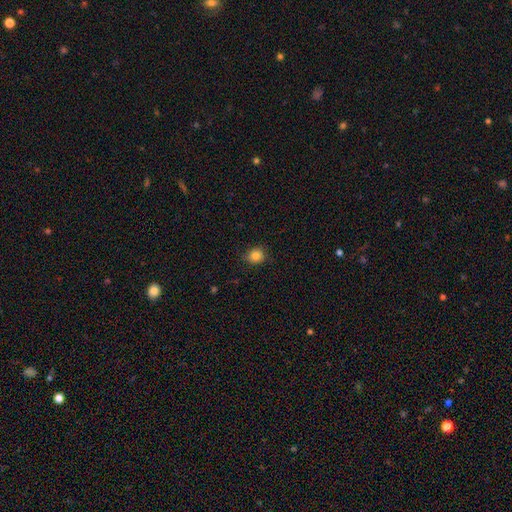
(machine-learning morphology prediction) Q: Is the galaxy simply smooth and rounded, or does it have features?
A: smooth — 84%.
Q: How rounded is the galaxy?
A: round — 79%.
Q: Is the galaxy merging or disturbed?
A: none — 85%.